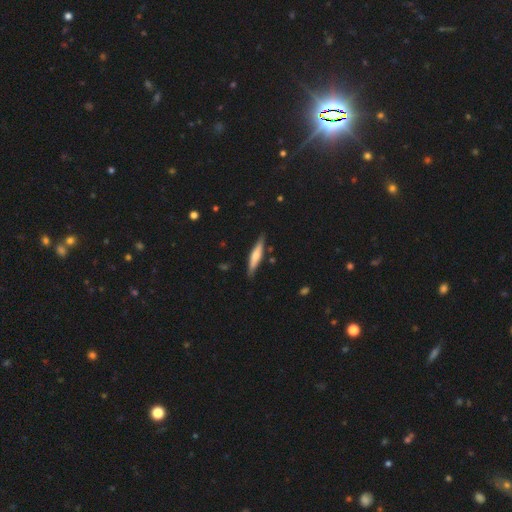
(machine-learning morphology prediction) Smooth or featured? smooth (48%)
Merging? none (84%)